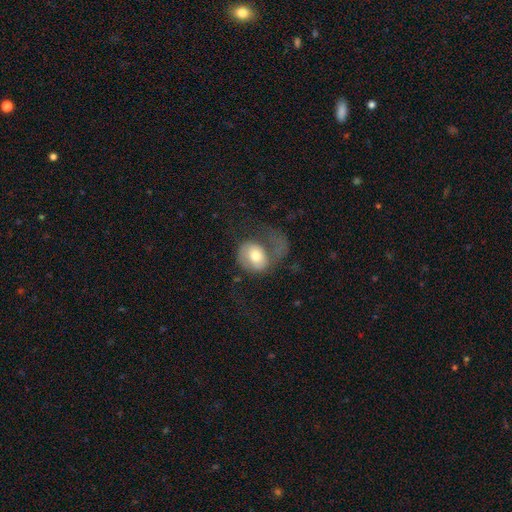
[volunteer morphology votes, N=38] A smooth galaxy with no disk features (55%) that is in between round and cigar-shaped (52%). Merging: major disturbance (56%).